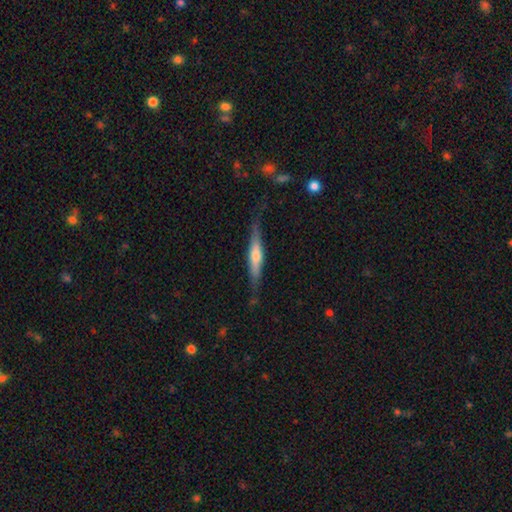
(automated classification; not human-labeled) Morphology: type=featured or disk (57%); edge-on=yes (94%); edge-on bulge=rounded (73%); merging=none (78%).